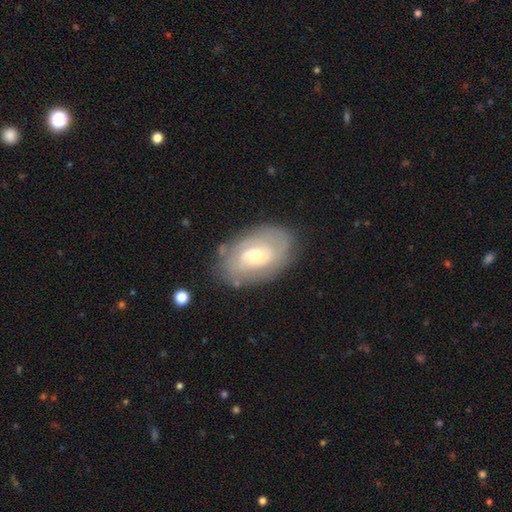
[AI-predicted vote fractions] The model was most divided on "spiral arm count": can't tell: 43%, 2: 38%, 3: 8%, 1: 4%, 4: 3%, more than 4: 3%. More confident: edge-on disk — no (95%); spiral arms — yes (78%); merging — none (76%); smooth or featured — featured or disk (70%); bar — no (63%); spiral winding — tight (62%); bulge size — small (52%).